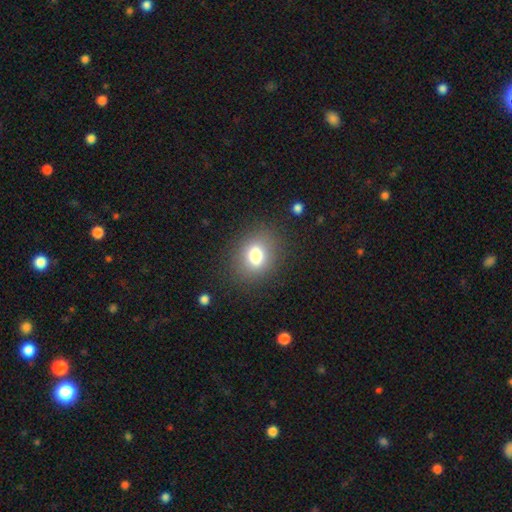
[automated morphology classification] Smooth or featured?
  - smooth: 76% *
  - star or artifact: 13%
  - featured or disk: 12%
How rounded?
  - round: 52% *
  - in between: 47%
  - cigar-shaped: 1%
Merging?
  - none: 84% *
  - minor disturbance: 10%
  - major disturbance: 5%
  - merger: 1%